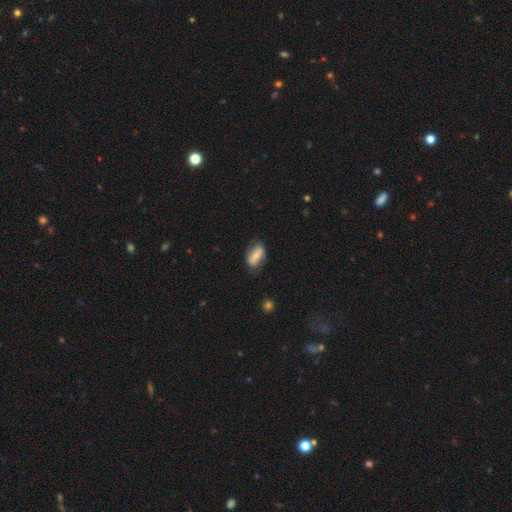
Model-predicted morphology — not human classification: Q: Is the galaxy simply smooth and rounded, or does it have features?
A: smooth — 59%.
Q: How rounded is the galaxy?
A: in between — 83%.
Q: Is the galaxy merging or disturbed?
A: none — 69%.